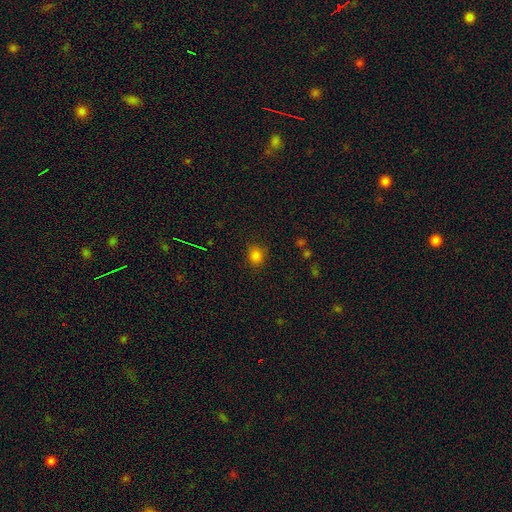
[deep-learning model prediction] Smooth or featured?
  - smooth: 81% *
  - star or artifact: 15%
  - featured or disk: 4%
How rounded?
  - round: 76% *
  - in between: 23%
  - cigar-shaped: 1%
Merging?
  - none: 84% *
  - minor disturbance: 12%
  - major disturbance: 3%
  - merger: 1%